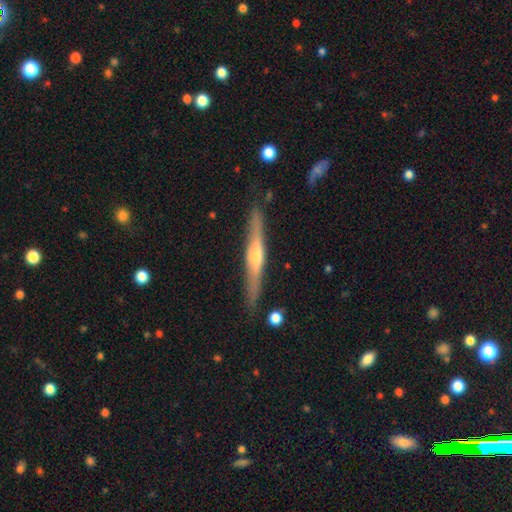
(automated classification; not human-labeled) smooth_or_featured: featured or disk (p=0.69) [alt: smooth p=0.25]
disk_edge_on: yes (p=0.96) [alt: no p=0.04]
edge_on_bulge: rounded (p=0.80) [alt: none p=0.13]
merging: none (p=0.87) [alt: minor disturbance p=0.09]